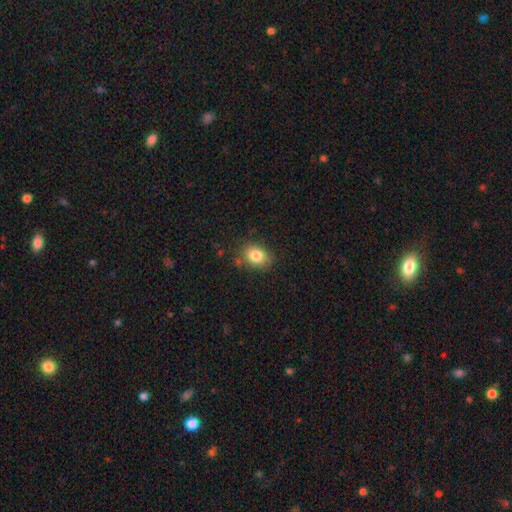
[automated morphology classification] smooth 83%, star or artifact 9%, featured or disk 8%. Down the decision tree: how rounded — in between (65%); merging — none (78%).